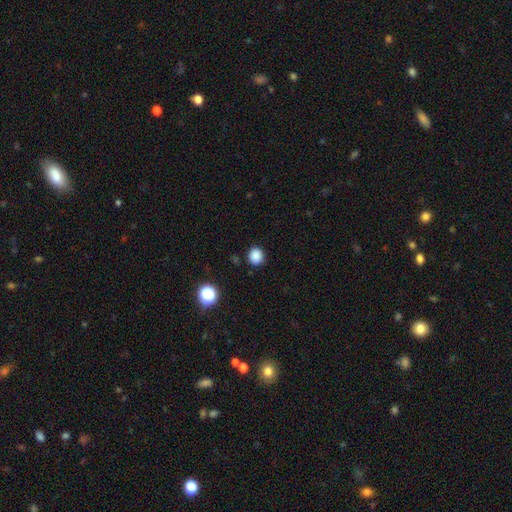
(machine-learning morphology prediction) Smooth or featured? smooth (86%)
How rounded? round (86%)
Merging? none (89%)